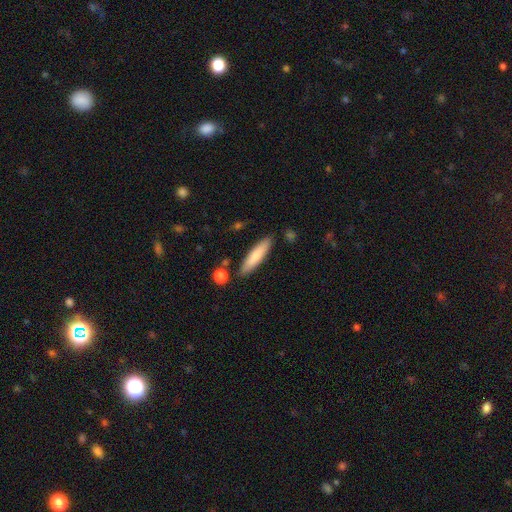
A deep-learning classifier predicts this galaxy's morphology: type=smooth (78%); roundness=cigar-shaped (78%); merging=none (85%).